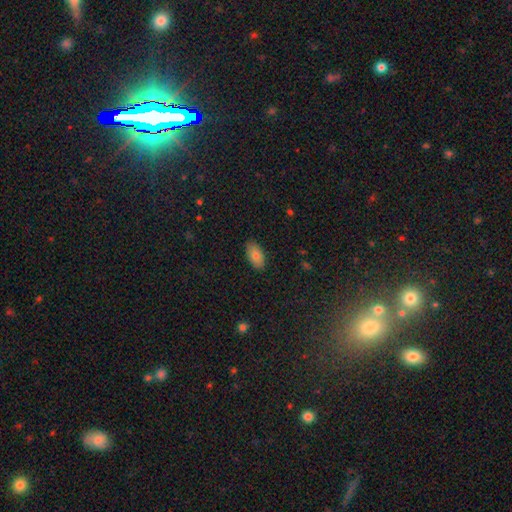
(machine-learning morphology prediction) A smooth galaxy with no disk features (81%) that is in between round and cigar-shaped (93%).

Vote fractions:
- Smooth or featured? smooth: 81% / featured or disk: 11% / star or artifact: 8%
- How rounded? in between: 93% / round: 3% / cigar-shaped: 3%
- Merging? none: 86% / minor disturbance: 10% / major disturbance: 2% / merger: 1%